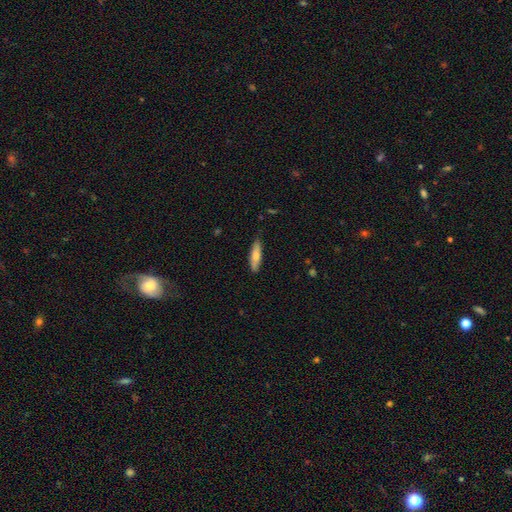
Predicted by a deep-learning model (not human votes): Smooth or featured? Predicted: smooth (p=0.70). How rounded? Predicted: cigar-shaped (p=0.72). Merging? Predicted: none (p=0.82).